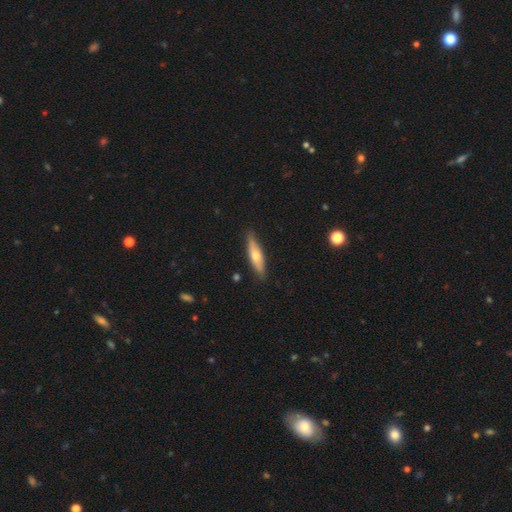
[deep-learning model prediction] Morphology: type=smooth (48%); merging=none (86%).